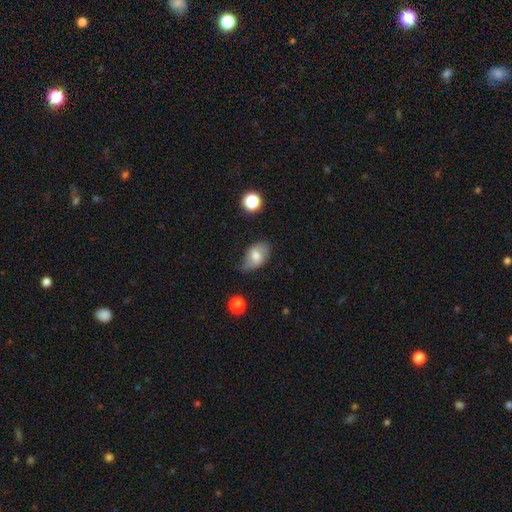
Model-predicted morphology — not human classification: This appears to be a smooth galaxy with no disk features (60%) that is in between round and cigar-shaped (83%). Merging: none (51%).